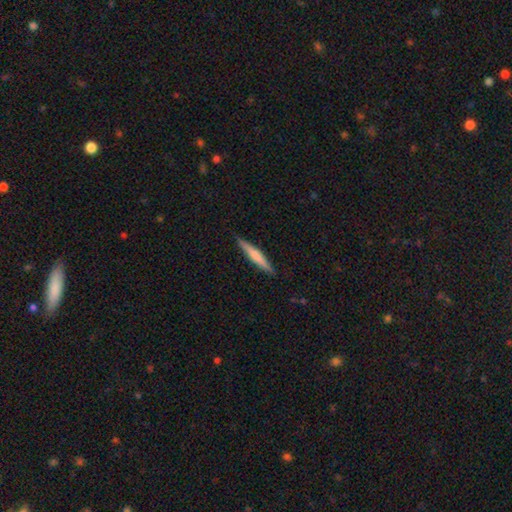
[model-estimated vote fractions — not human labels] A smooth galaxy with no disk features (54%) that is cigar-shaped (94%). Merging: none (90%).